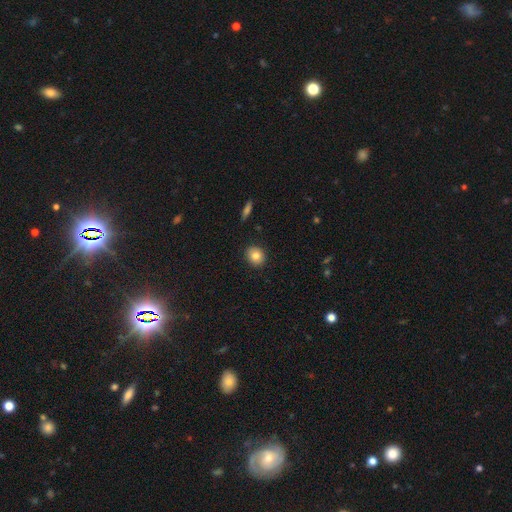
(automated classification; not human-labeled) Smooth or featured? smooth (82%)
How rounded? round (69%)
Merging? none (89%)